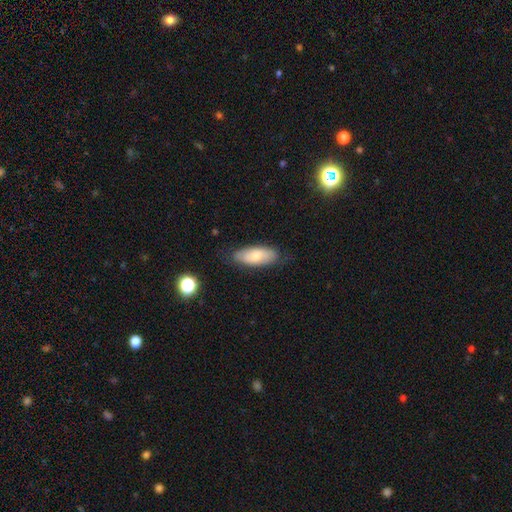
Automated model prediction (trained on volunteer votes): Q: Smooth or featured?
A: smooth (66%); runner-up: featured or disk (28%)
Q: How rounded?
A: in between (83%); runner-up: cigar-shaped (14%)
Q: Merging?
A: none (77%); runner-up: minor disturbance (18%)